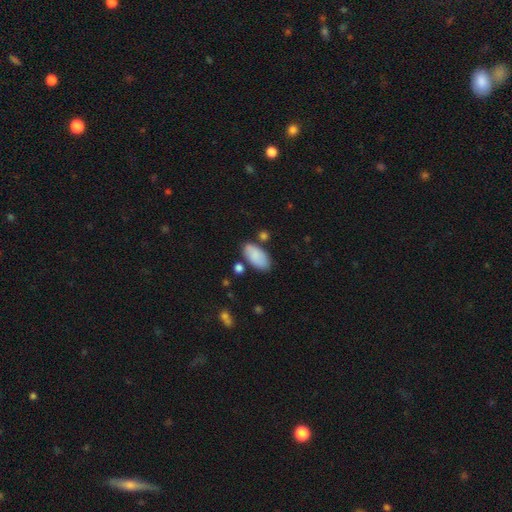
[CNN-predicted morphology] A smooth galaxy with no disk features (84%) that is in between round and cigar-shaped (94%).

Vote fractions:
- Smooth or featured? smooth: 84% / featured or disk: 10% / star or artifact: 6%
- How rounded? in between: 94% / cigar-shaped: 4% / round: 3%
- Merging? none: 73% / minor disturbance: 15% / merger: 8% / major disturbance: 4%